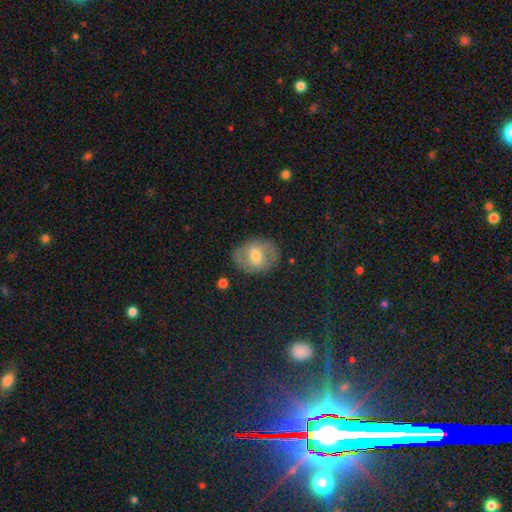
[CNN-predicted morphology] Smooth or featured: featured or disk — 49% (smooth — 42%)
Merging: none — 79% (minor disturbance — 14%)